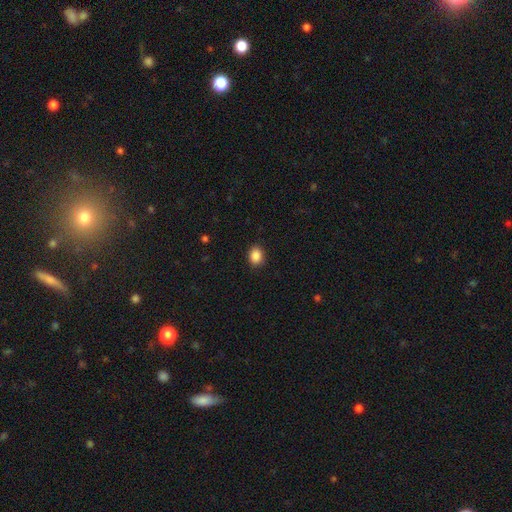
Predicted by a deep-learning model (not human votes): This is clearly a smooth galaxy (88%). How rounded: possibly in between (52%). Merging: clearly none (89%).